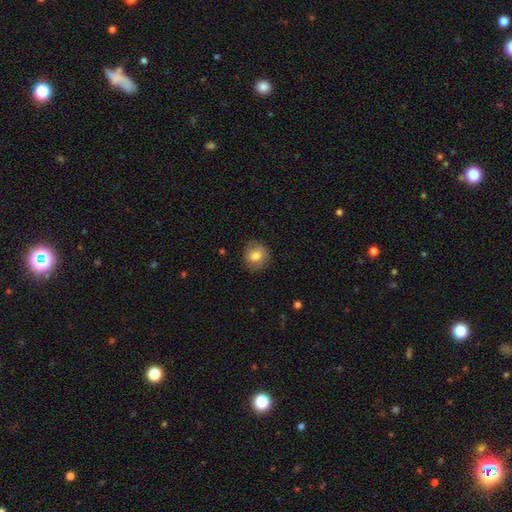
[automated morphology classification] Overall: smooth (75%). How rounded: round (87%). Merging: none (83%).